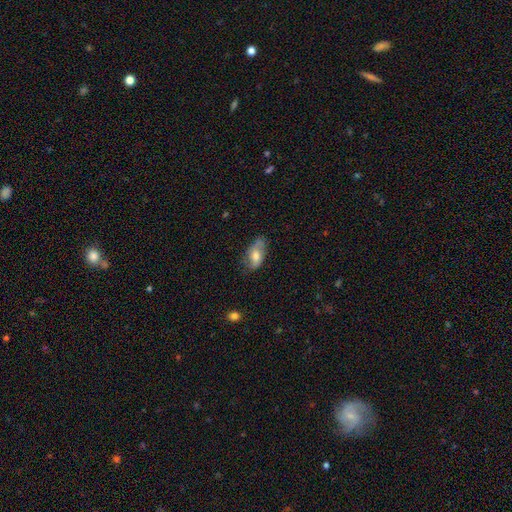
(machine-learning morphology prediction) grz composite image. It shows a smooth galaxy with no disk features (56%) that is in between round and cigar-shaped (88%). Merging: none (62%).